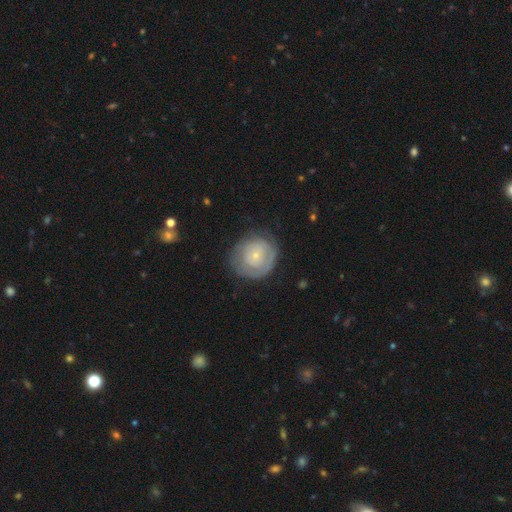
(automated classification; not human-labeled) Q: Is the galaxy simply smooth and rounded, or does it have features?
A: featured or disk — 53%.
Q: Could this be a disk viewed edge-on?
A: no — 97%.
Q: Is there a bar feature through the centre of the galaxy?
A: no — 84%.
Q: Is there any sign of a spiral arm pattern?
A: yes — 58%.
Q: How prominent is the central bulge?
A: small — 80%.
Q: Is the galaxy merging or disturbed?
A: none — 69%.